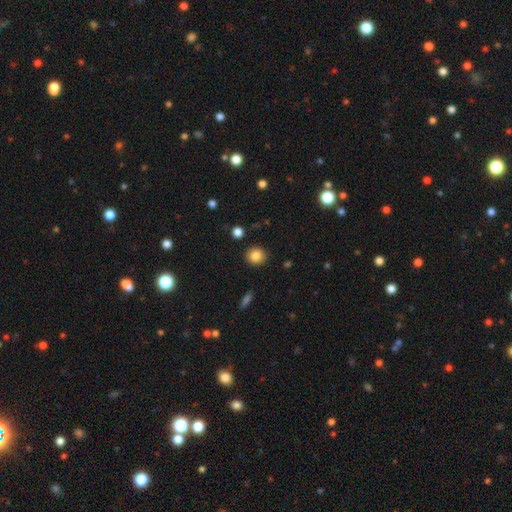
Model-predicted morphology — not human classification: This appears to be a smooth galaxy with no disk features (84%) that is round (85%). Merging: none (90%).